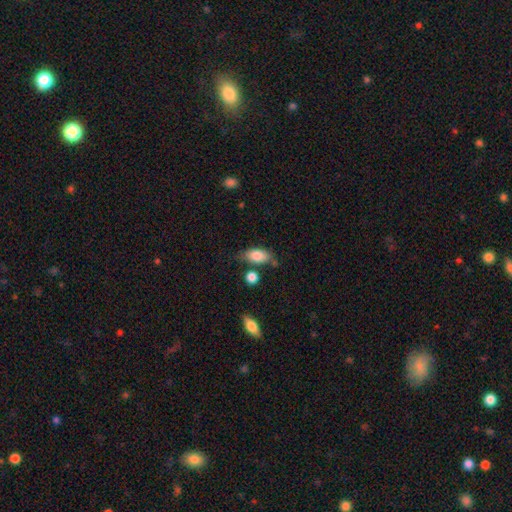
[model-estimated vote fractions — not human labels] Q: Smooth or featured?
A: smooth (82%); runner-up: featured or disk (11%)
Q: How rounded?
A: in between (87%); runner-up: cigar-shaped (8%)
Q: Merging?
A: none (64%); runner-up: minor disturbance (21%)